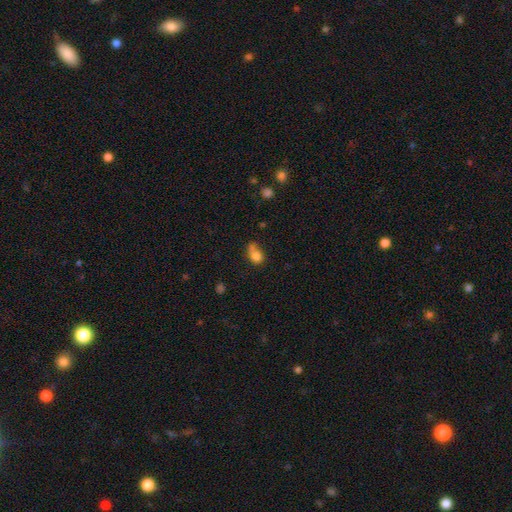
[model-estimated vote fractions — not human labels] smooth 78%, star or artifact 11%, featured or disk 11%. Down the decision tree: how rounded — round (50%); merging — none (33%).